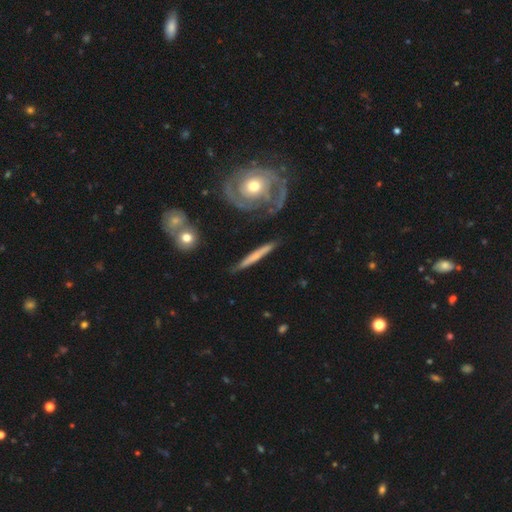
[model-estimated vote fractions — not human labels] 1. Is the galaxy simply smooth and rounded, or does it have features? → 55% featured or disk, 39% smooth, 5% star or artifact.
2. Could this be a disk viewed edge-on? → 77% yes, 23% no.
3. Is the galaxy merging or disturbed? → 81% none, 12% minor disturbance, 4% major disturbance, 3% merger.